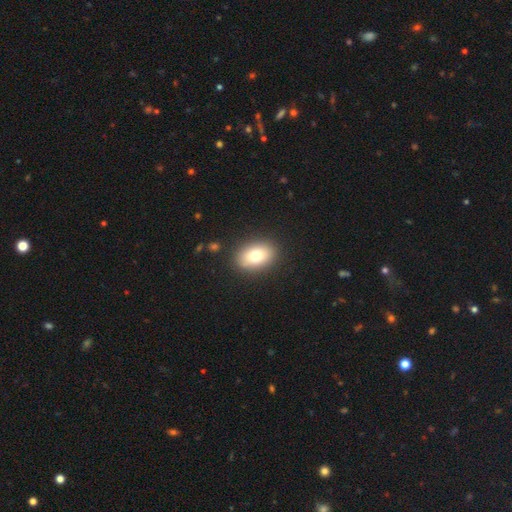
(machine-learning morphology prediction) Smooth or featured? Predicted: smooth (p=0.76). How rounded? Predicted: in between (p=0.79). Merging? Predicted: none (p=0.89).